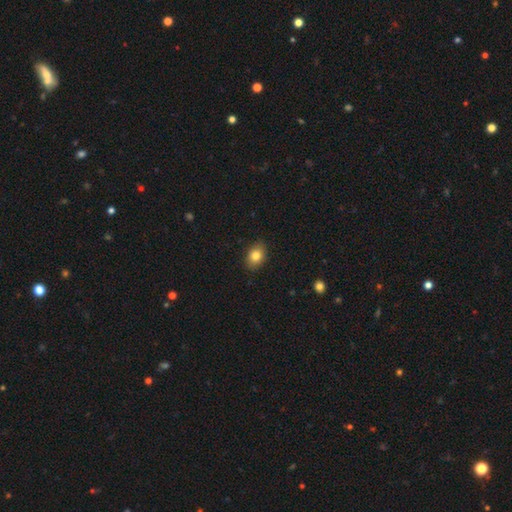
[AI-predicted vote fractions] smooth_or_featured: smooth (p=0.82) [alt: star or artifact p=0.09]
how_rounded: in between (p=0.72) [alt: round p=0.27]
merging: none (p=0.88) [alt: minor disturbance p=0.09]